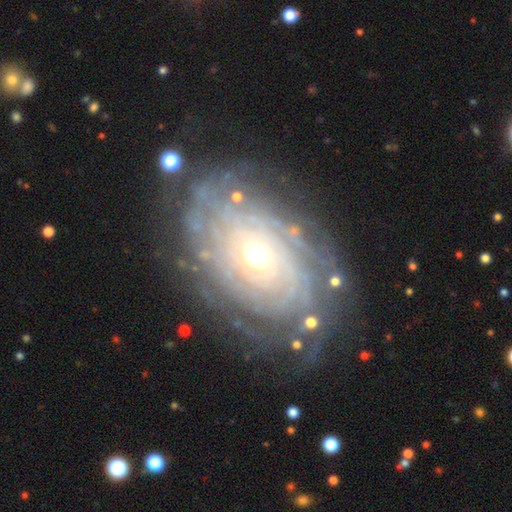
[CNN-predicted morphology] type=featured or disk (86%); edge-on=no (95%); bar=no (80%); spiral arms=yes (94%); winding=tight (84%); arm count=can't tell (40%); bulge=moderate (49%); merging=none (76%).